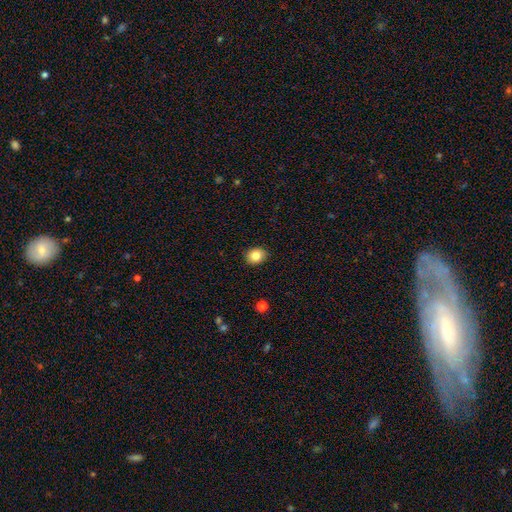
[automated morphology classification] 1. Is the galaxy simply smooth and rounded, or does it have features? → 83% smooth, 10% star or artifact, 8% featured or disk.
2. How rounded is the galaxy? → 60% round, 39% in between, 1% cigar-shaped.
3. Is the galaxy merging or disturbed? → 90% none, 7% minor disturbance, 2% major disturbance, 1% merger.